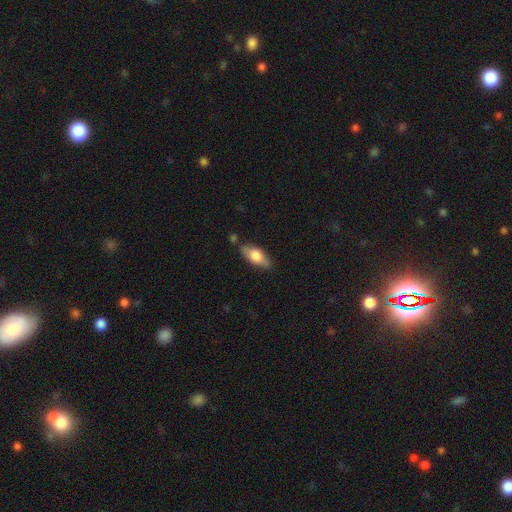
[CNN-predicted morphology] Smooth or featured? smooth (67%)
How rounded? in between (80%)
Merging? none (75%)